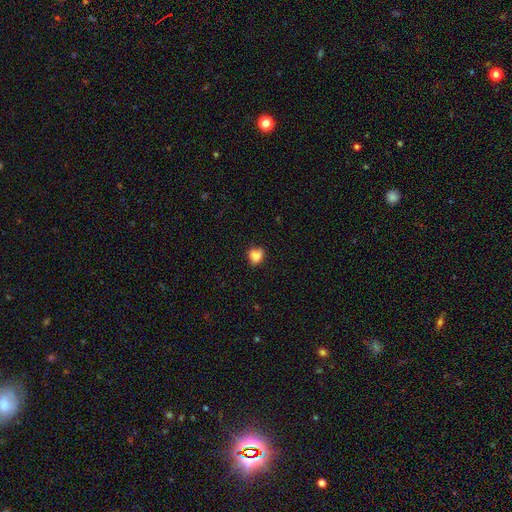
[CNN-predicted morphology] smooth 82%, star or artifact 10%, featured or disk 8%. Down the decision tree: how rounded — round (54%); merging — none (52%).